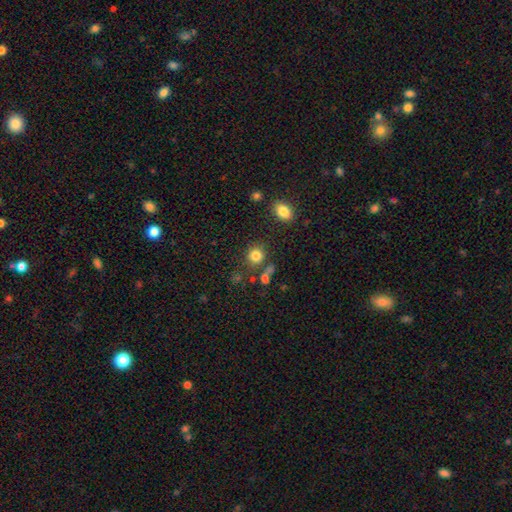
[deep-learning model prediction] The model was most divided on "merging": none: 77%, minor disturbance: 10%, merger: 9%, major disturbance: 4%. More confident: how rounded — round (85%); smooth or featured — smooth (82%).